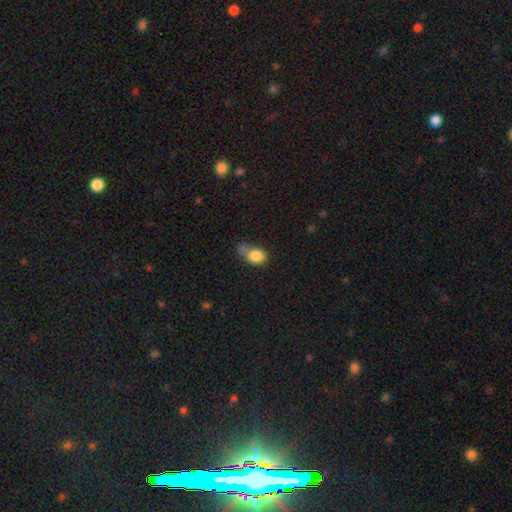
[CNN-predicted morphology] Smooth or featured?
  - smooth: 82% *
  - star or artifact: 9%
  - featured or disk: 8%
How rounded?
  - in between: 50% *
  - round: 48%
  - cigar-shaped: 2%
Merging?
  - none: 33% *
  - merger: 27%
  - minor disturbance: 24%
  - major disturbance: 16%